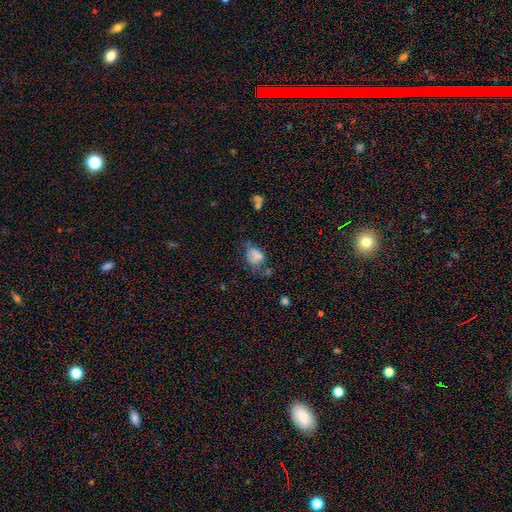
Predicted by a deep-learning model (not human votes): This appears to be a smooth galaxy with no disk features (67%) that is in between round and cigar-shaped (74%). Merging: none (37%).